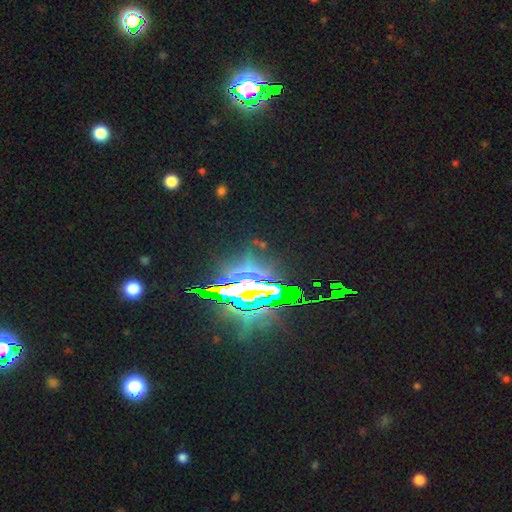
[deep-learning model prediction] The model was most divided on "smooth or featured": star or artifact: 84%, featured or disk: 9%, smooth: 7%.